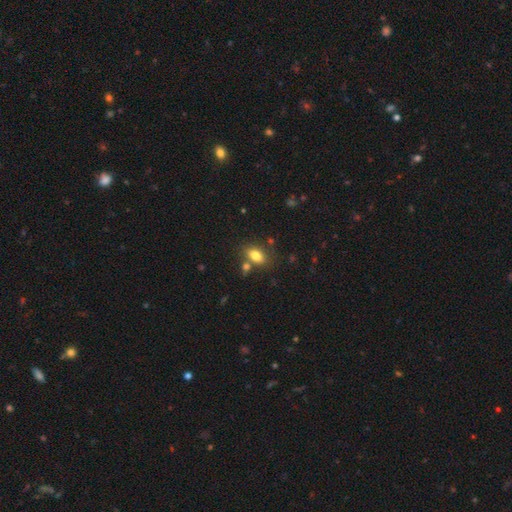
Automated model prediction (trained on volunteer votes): This is likely a smooth galaxy (80%). How rounded: clearly in between (86%). Merging: likely none (67%).